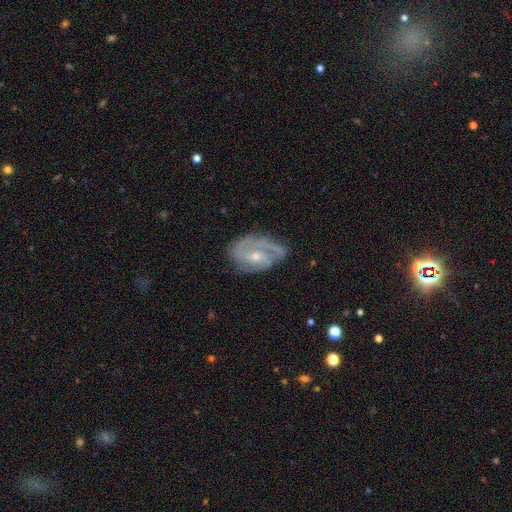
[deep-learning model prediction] Smooth or featured? featured or disk (82%)
Edge-on disk? no (96%)
Bar? no (52%)
Spiral arms? yes (93%)
Spiral winding? tight (47%)
Spiral arm count? 2 (51%)
Bulge size? small (50%)
Merging? none (65%)